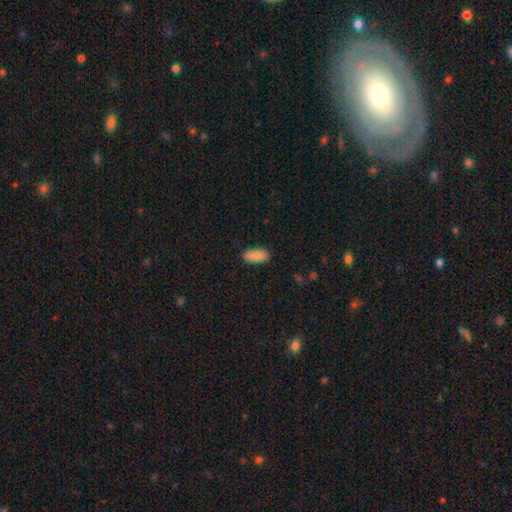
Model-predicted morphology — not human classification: smooth 89%, star or artifact 6%, featured or disk 5%. Down the decision tree: how rounded — in between (91%); merging — none (88%).